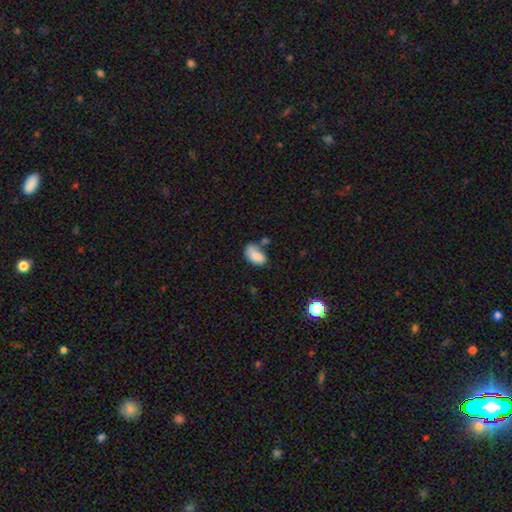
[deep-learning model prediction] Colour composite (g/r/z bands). It shows a smooth galaxy with no disk features (82%) that is in between round and cigar-shaped (93%). Merging: none (39%).